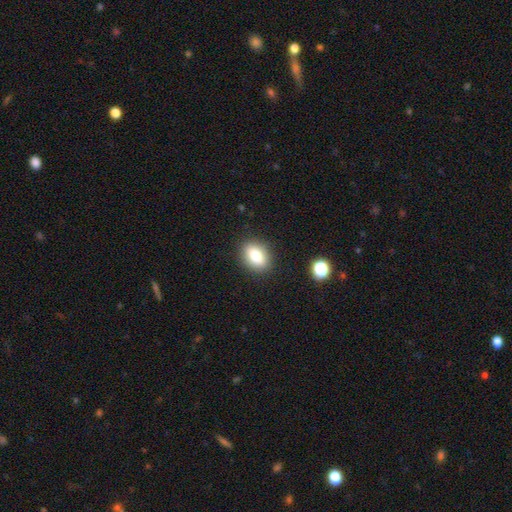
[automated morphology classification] Smooth or featured?
  - smooth: 82% *
  - star or artifact: 9%
  - featured or disk: 9%
How rounded?
  - in between: 79% *
  - round: 19%
  - cigar-shaped: 2%
Merging?
  - none: 87% *
  - minor disturbance: 9%
  - major disturbance: 3%
  - merger: 1%